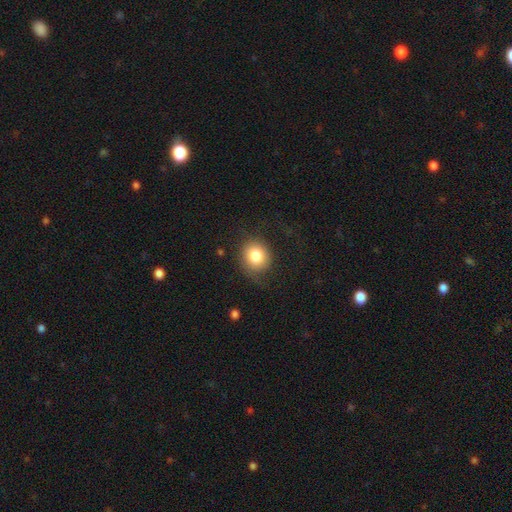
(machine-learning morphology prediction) type=smooth (81%); roundness=round (81%); merging=none (77%).